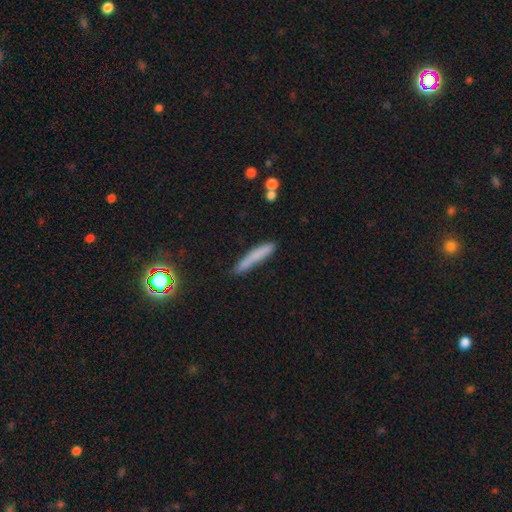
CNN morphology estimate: smooth_or_featured: smooth (p=0.73) [alt: featured or disk p=0.17]
how_rounded: cigar-shaped (p=0.92) [alt: in between p=0.06]
merging: none (p=0.73) [alt: minor disturbance p=0.20]